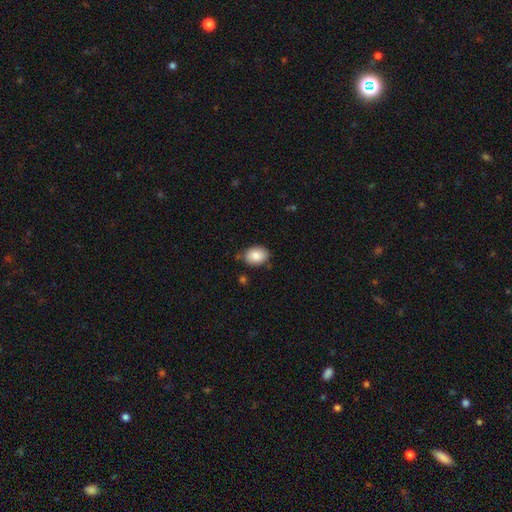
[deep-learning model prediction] Smooth or featured?
  - smooth: 86% *
  - star or artifact: 7%
  - featured or disk: 7%
How rounded?
  - in between: 72% *
  - round: 27%
  - cigar-shaped: 1%
Merging?
  - none: 78% *
  - minor disturbance: 17%
  - major disturbance: 3%
  - merger: 3%